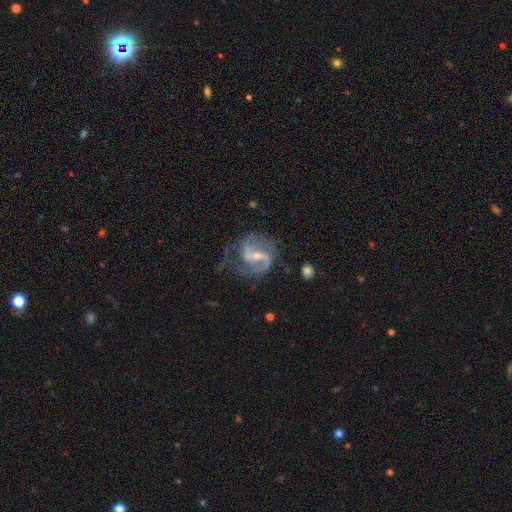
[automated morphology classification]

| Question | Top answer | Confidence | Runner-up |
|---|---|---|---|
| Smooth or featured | featured or disk | 89% | smooth (6%) |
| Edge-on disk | no | 98% | yes (2%) |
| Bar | weak | 46% | strong (39%) |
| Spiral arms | yes | 96% | no (4%) |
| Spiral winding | medium | 51% | loose (34%) |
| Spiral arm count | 2 | 84% | can't tell (5%) |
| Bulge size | small | 57% | moderate (37%) |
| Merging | none | 57% | minor disturbance (22%) |